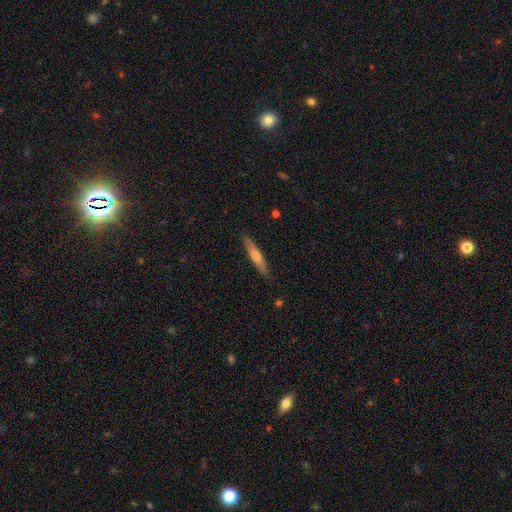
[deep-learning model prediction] smooth 49%, featured or disk 45%, star or artifact 6%. Down the decision tree: merging — none (90%).